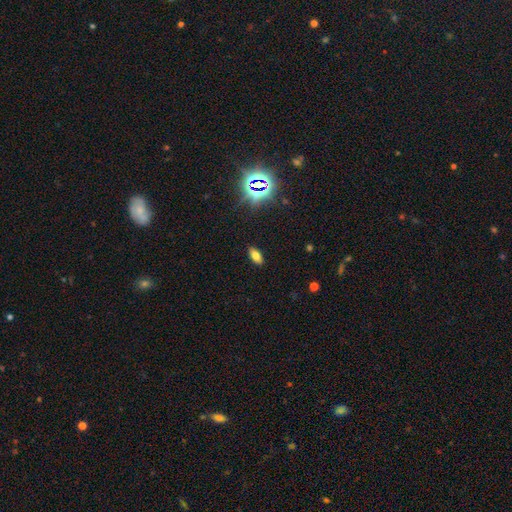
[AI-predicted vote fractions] smooth_or_featured: smooth (p=0.66) [alt: star or artifact p=0.18]
how_rounded: in between (p=0.85) [alt: cigar-shaped p=0.11]
merging: none (p=0.89) [alt: minor disturbance p=0.08]